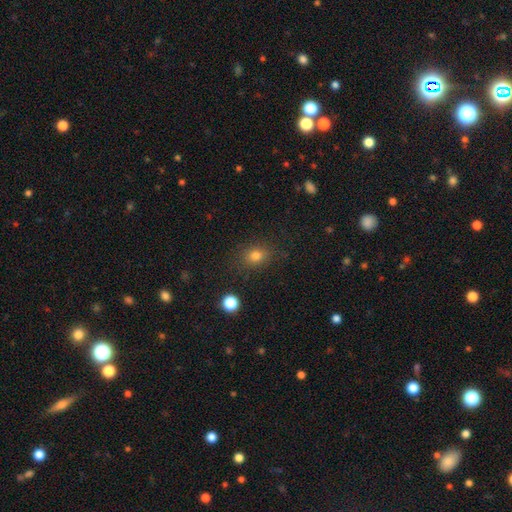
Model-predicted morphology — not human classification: smooth 79%, star or artifact 14%, featured or disk 7%. Down the decision tree: how rounded — round (52%); merging — none (83%).